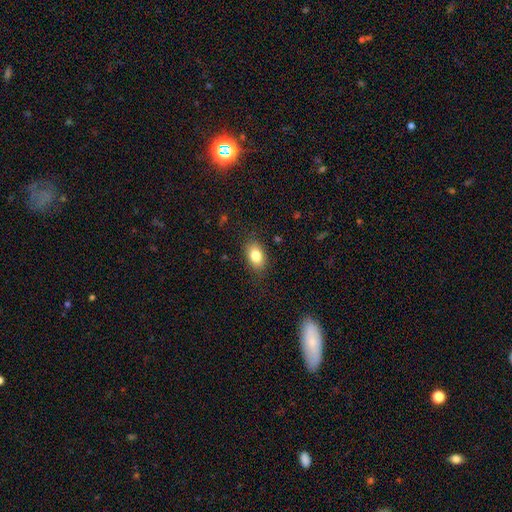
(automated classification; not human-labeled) smooth-or-featured: smooth: 82% | featured or disk: 9% | star or artifact: 9%
  how-rounded: in between: 83% | round: 15% | cigar-shaped: 2%
  merging: none: 85% | minor disturbance: 11% | major disturbance: 3% | merger: 1%